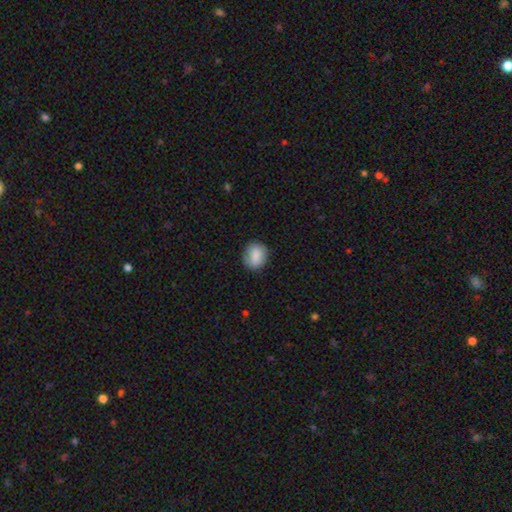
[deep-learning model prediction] smooth_or_featured: smooth (p=0.81) [alt: featured or disk p=0.11]
how_rounded: round (p=0.67) [alt: in between p=0.32]
merging: none (p=0.78) [alt: minor disturbance p=0.17]